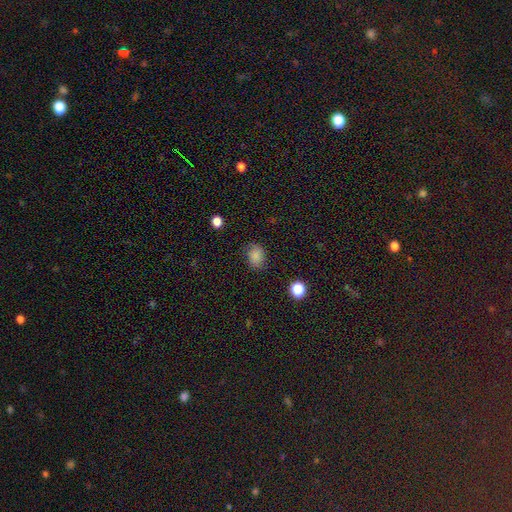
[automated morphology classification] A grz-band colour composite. It shows a smooth galaxy with no disk features (82%) that is in between round and cigar-shaped (61%). Merging: none (75%).